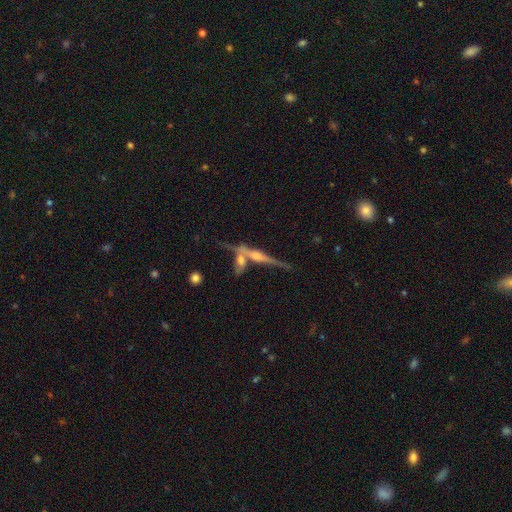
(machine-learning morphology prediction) This appears to be a featured or disk galaxy (75%) viewed edge-on (93%) with a rounded central bulge (78%). Merging: none (50%).